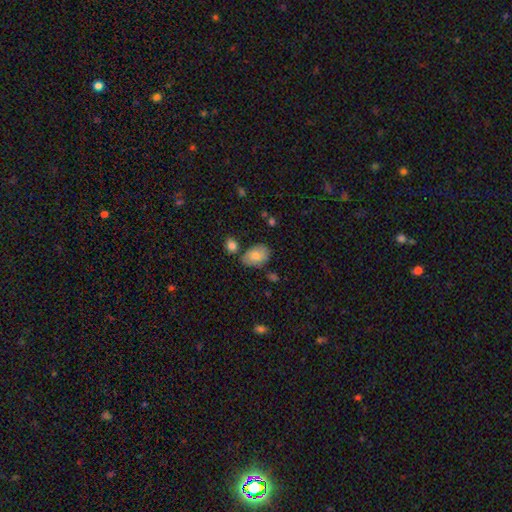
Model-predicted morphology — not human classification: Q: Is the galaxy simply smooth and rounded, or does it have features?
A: smooth — 77%.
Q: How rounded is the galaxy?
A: in between — 83%.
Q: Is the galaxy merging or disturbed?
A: none — 70%.